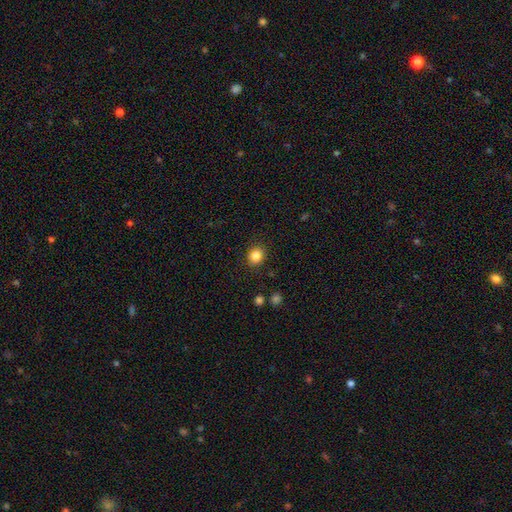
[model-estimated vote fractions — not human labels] Morphology: type=smooth (84%); roundness=round (69%); merging=none (88%).